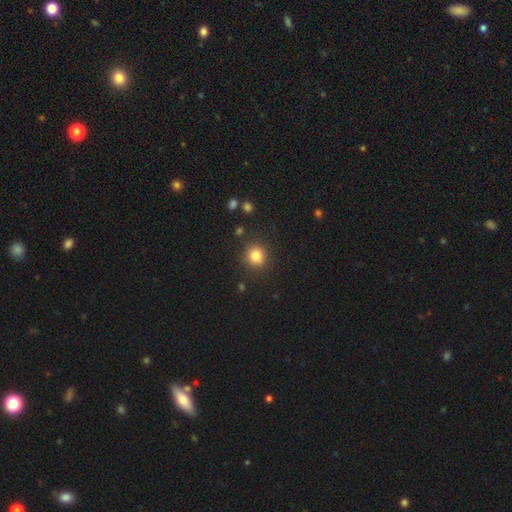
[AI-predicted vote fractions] Morphology: type=smooth (83%); roundness=round (88%); merging=none (87%).